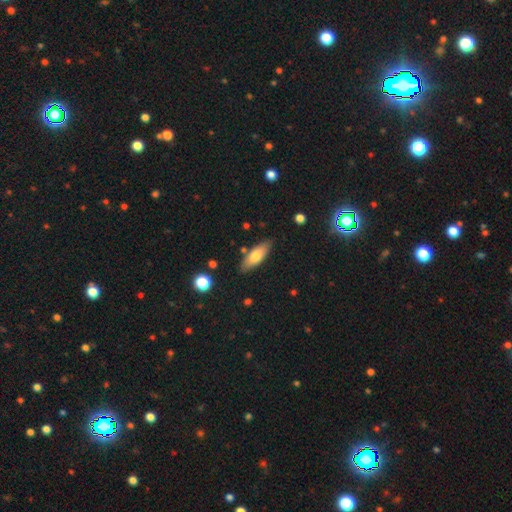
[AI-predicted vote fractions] smooth-or-featured: smooth: 70% | featured or disk: 24% | star or artifact: 6%
  how-rounded: in between: 60% | cigar-shaped: 38% | round: 2%
  merging: none: 83% | minor disturbance: 12% | merger: 3% | major disturbance: 2%